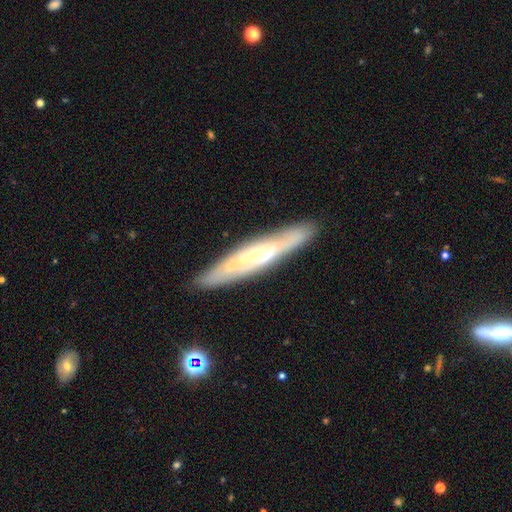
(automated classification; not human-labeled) Overall: featured or disk (68%). Edge-on disk: yes (67%; no 33%). Merging: none (85%).